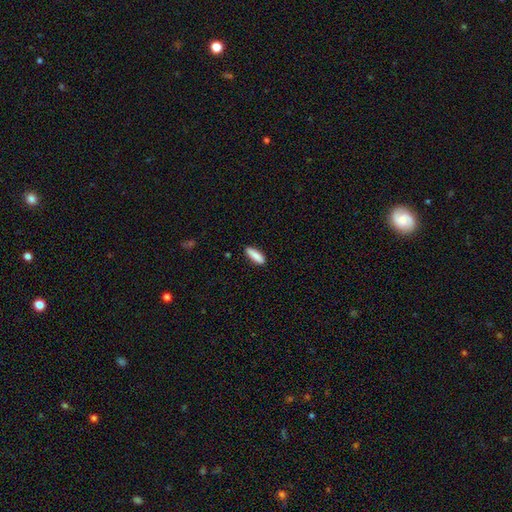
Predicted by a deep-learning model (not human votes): This is clearly a smooth galaxy (87%). How rounded: possibly cigar-shaped (54%). Merging: clearly none (85%).